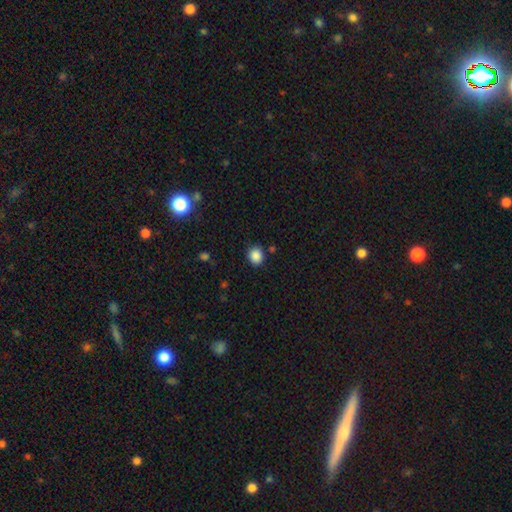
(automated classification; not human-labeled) Overall: smooth (87%). How rounded: round (72%). Merging: none (85%).